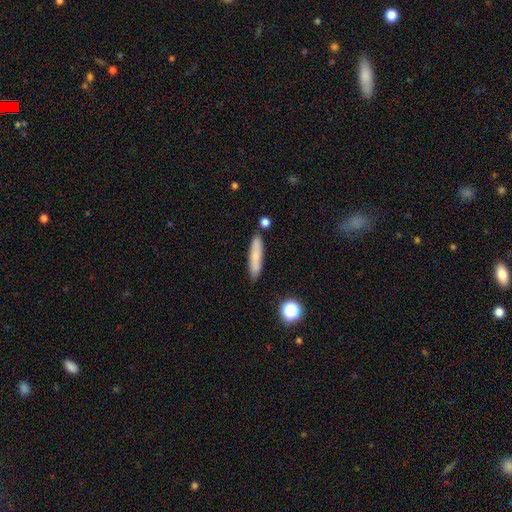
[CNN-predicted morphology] Smooth or featured?
  - smooth: 74% *
  - featured or disk: 18%
  - star or artifact: 8%
How rounded?
  - cigar-shaped: 86% *
  - in between: 12%
  - round: 2%
Merging?
  - none: 82% *
  - minor disturbance: 11%
  - merger: 5%
  - major disturbance: 2%